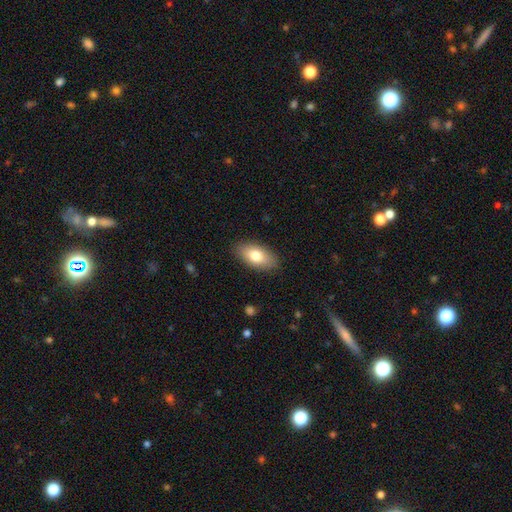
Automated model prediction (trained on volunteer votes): Smooth or featured? Predicted: smooth (p=0.78). How rounded? Predicted: in between (p=0.91). Merging? Predicted: none (p=0.88).